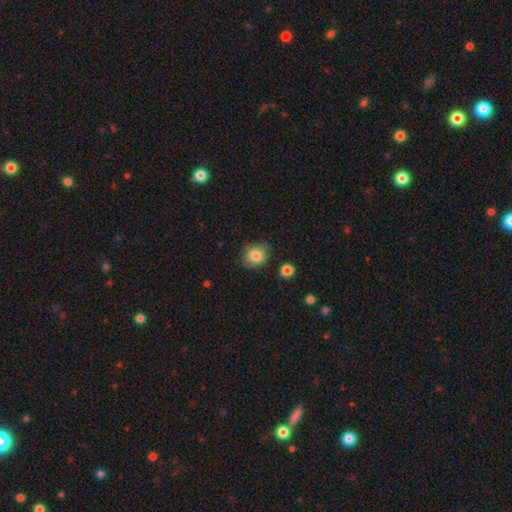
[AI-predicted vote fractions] smooth 83%, featured or disk 9%, star or artifact 9%. Down the decision tree: how rounded — round (63%); merging — none (73%).